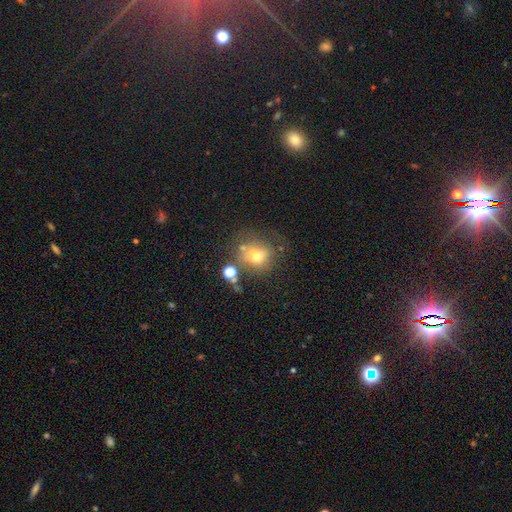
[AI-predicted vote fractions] A smooth galaxy with no disk features (65%) that is round (79%). Merging: none (52%).